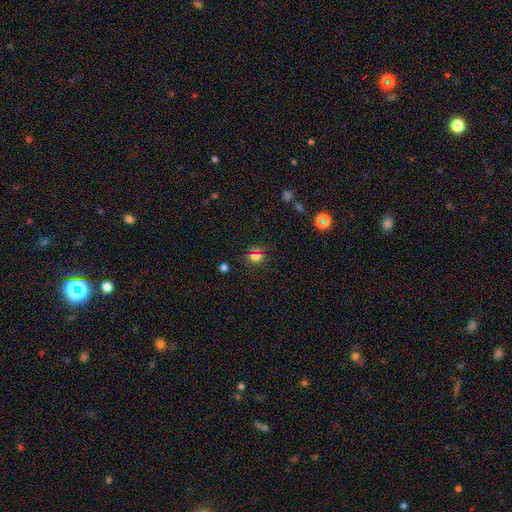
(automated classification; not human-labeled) A smooth galaxy with no disk features (63%) that is round (82%). Merging: none (86%).